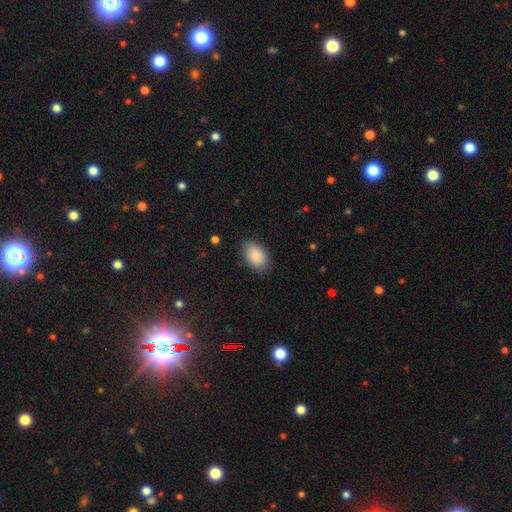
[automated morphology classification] Smooth or featured? smooth (89%)
How rounded? in between (90%)
Merging? none (81%)